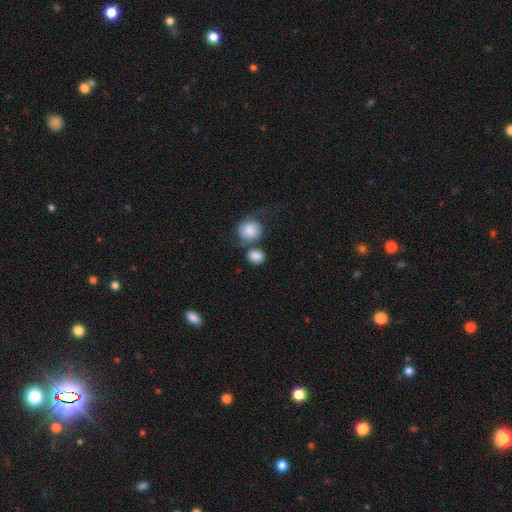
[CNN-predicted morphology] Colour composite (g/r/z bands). It shows a smooth galaxy with no disk features (85%) that is round (59%). Merging: none (47%).